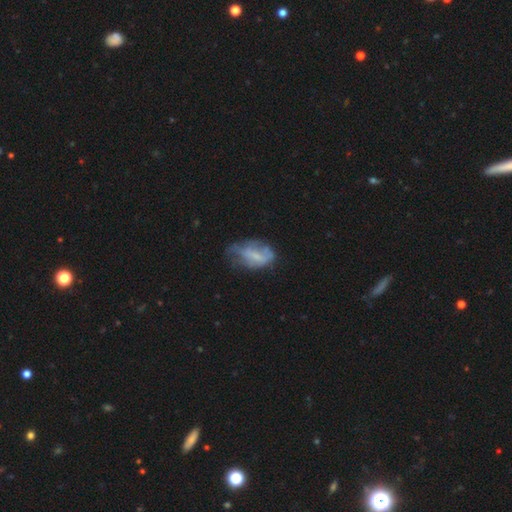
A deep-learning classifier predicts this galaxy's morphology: smooth_or_featured: smooth (p=0.49) [alt: featured or disk p=0.42]
merging: minor disturbance (p=0.36) [alt: none p=0.31]